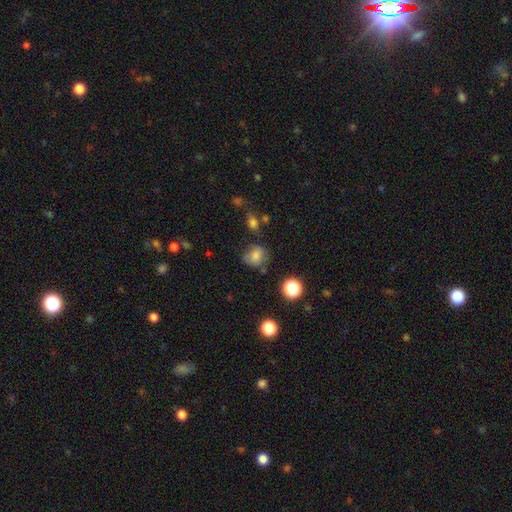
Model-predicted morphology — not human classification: smooth-or-featured: smooth: 74% | star or artifact: 13% | featured or disk: 13%
  how-rounded: round: 63% | in between: 36% | cigar-shaped: 1%
  merging: none: 59% | minor disturbance: 26% | major disturbance: 10% | merger: 5%